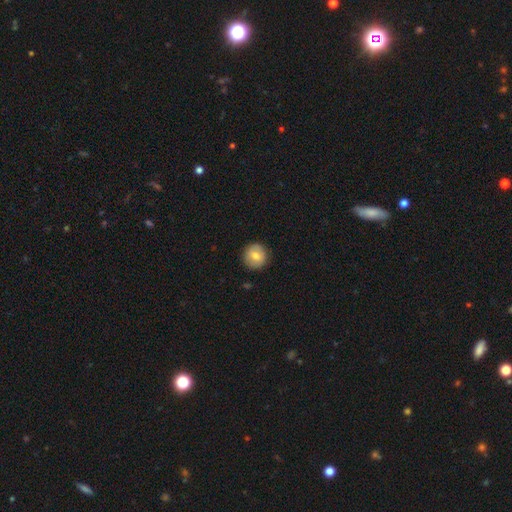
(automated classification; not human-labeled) A smooth galaxy with no disk features (75%) that is round (94%). Merging: none (90%).